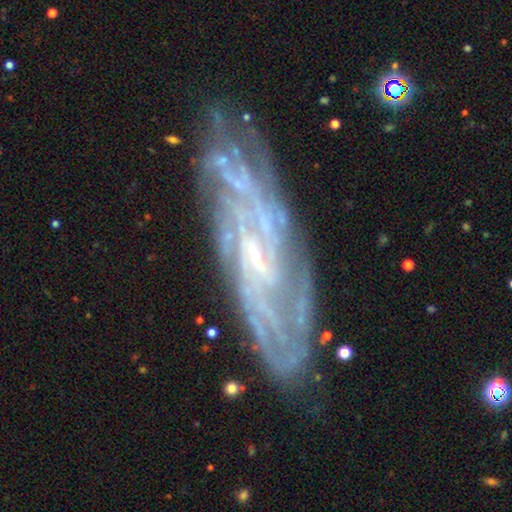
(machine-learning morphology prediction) smooth_or_featured: featured or disk (p=0.85) [alt: star or artifact p=0.08]
disk_edge_on: no (p=0.83) [alt: yes p=0.17]
bar: no (p=0.49) [alt: weak p=0.38]
has_spiral_arms: yes (p=0.96) [alt: no p=0.04]
spiral_winding: tight (p=0.70) [alt: medium p=0.24]
spiral_arm_count: can't tell (p=0.40) [alt: 2 p=0.16]
bulge_size: small (p=0.75) [alt: moderate p=0.17]
merging: none (p=0.81) [alt: minor disturbance p=0.14]